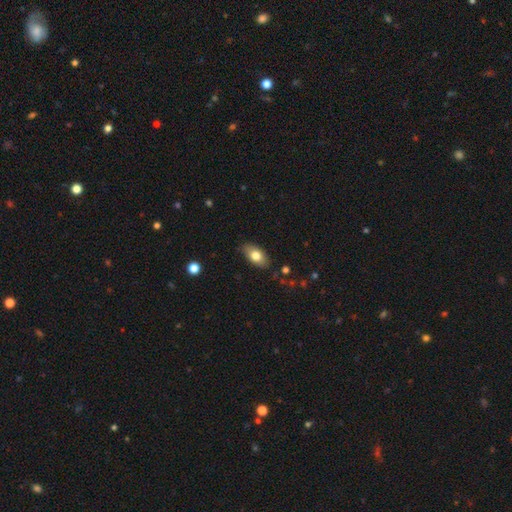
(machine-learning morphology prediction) smooth 77%, featured or disk 16%, star or artifact 7%. Down the decision tree: how rounded — in between (91%); merging — none (83%).